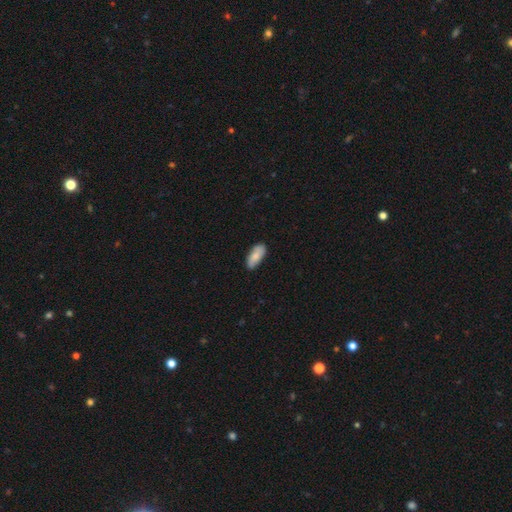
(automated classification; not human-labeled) smooth_or_featured: smooth (p=0.83) [alt: featured or disk p=0.11]
how_rounded: in between (p=0.83) [alt: cigar-shaped p=0.15]
merging: none (p=0.82) [alt: minor disturbance p=0.15]